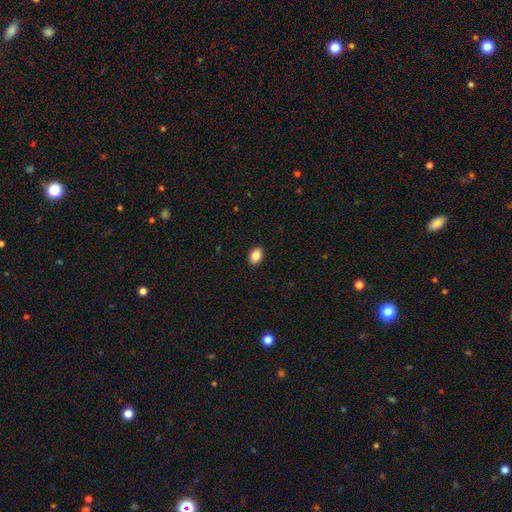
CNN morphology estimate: Overall: smooth (86%). How rounded: in between (84%). Merging: none (90%).